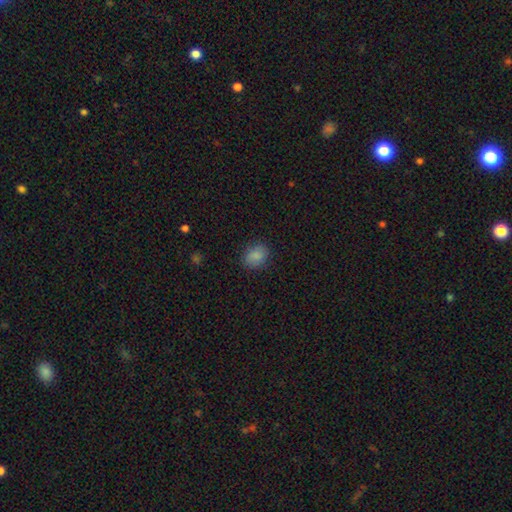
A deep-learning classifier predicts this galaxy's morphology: The model was most divided on "how rounded": in between: 54%, round: 45%, cigar-shaped: 1%. More confident: smooth or featured — smooth (86%); merging — none (83%).